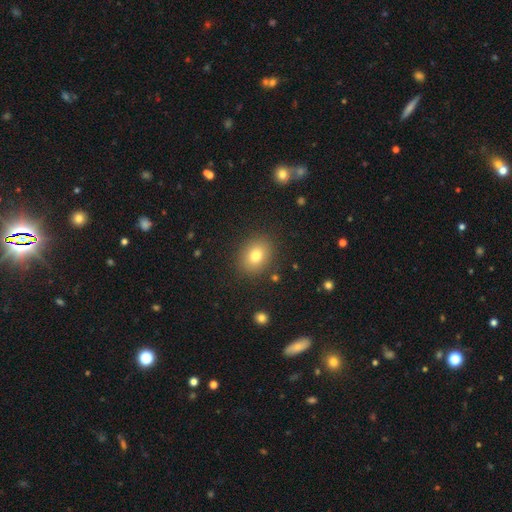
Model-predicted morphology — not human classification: Q: Smooth or featured?
A: smooth (79%); runner-up: star or artifact (11%)
Q: How rounded?
A: in between (50%); runner-up: round (49%)
Q: Merging?
A: none (87%); runner-up: minor disturbance (8%)